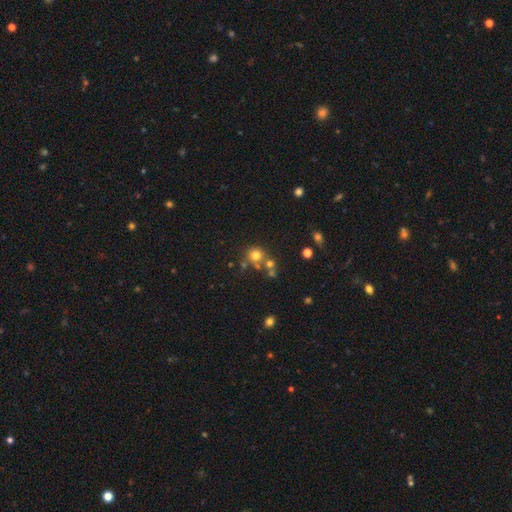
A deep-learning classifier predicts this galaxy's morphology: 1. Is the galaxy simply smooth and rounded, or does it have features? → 72% smooth, 17% star or artifact, 11% featured or disk.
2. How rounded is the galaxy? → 87% round, 12% in between, 1% cigar-shaped.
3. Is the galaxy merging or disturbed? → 57% none, 28% merger, 10% minor disturbance, 5% major disturbance.